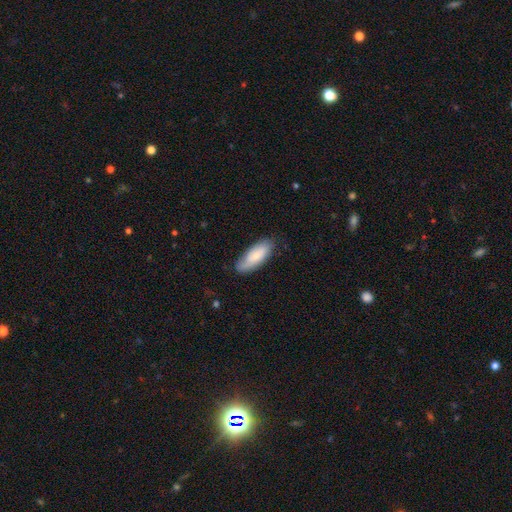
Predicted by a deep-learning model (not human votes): This appears to be a smooth galaxy with no disk features (71%) that is in between round and cigar-shaped (75%). Merging: none (76%).